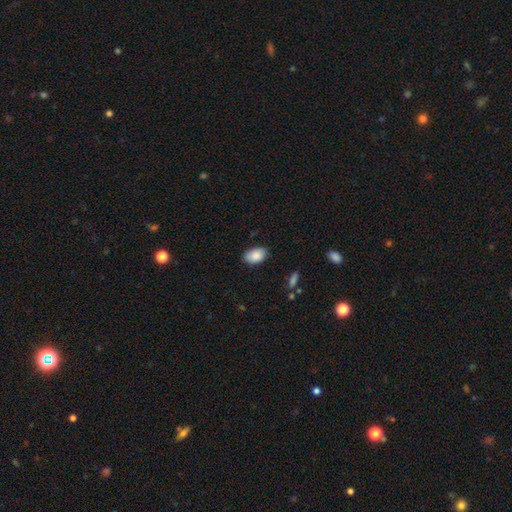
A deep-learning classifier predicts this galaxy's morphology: A smooth galaxy with no disk features (88%) that is in between round and cigar-shaped (91%). Merging: none (82%).